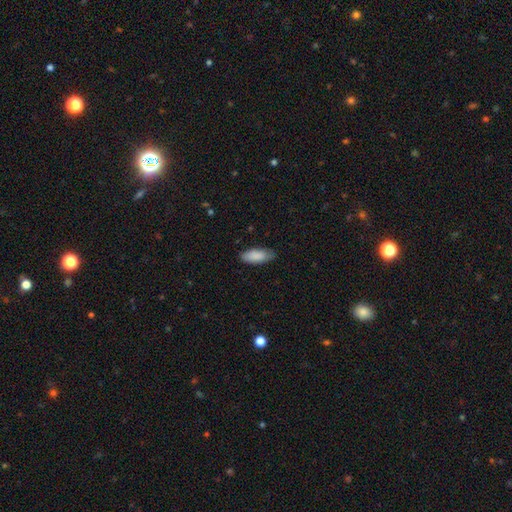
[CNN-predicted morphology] smooth 87%, featured or disk 7%, star or artifact 6%. Down the decision tree: how rounded — in between (80%); merging — none (77%).